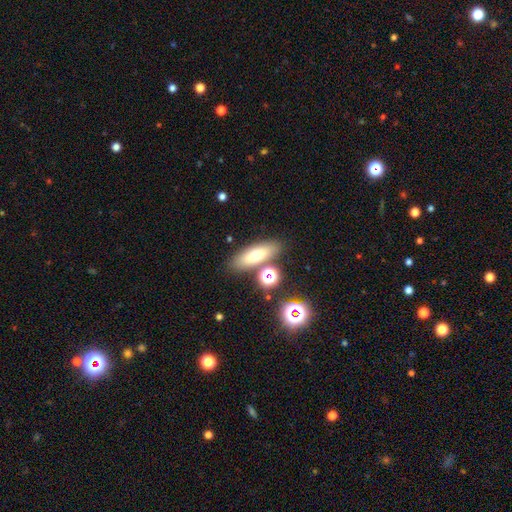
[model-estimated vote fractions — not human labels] Smooth or featured: smooth — 62% (featured or disk — 23%)
How rounded: in between — 57% (cigar-shaped — 35%)
Merging: none — 77% (minor disturbance — 10%)